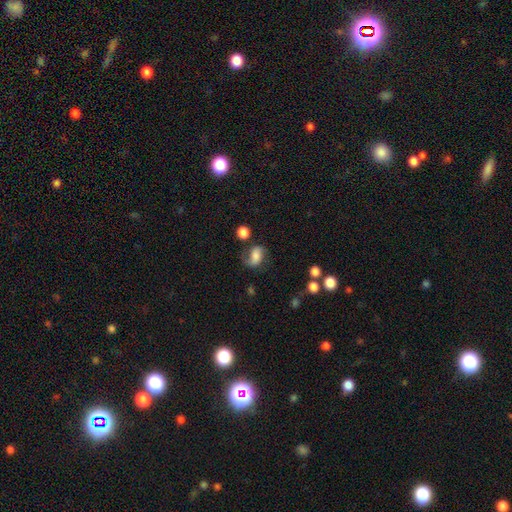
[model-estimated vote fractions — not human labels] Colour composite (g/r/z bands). It shows a smooth galaxy with no disk features (48%). Merging: none (51%).